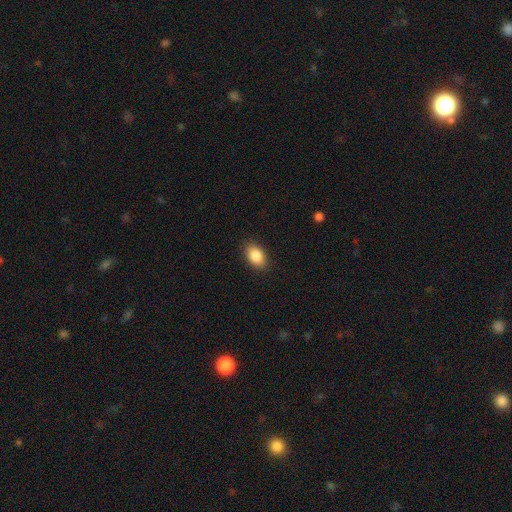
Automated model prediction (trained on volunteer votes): smooth 87%, star or artifact 7%, featured or disk 5%. Down the decision tree: how rounded — in between (87%); merging — none (88%).